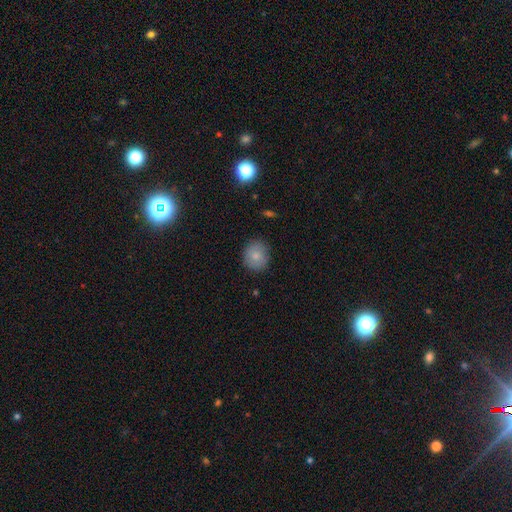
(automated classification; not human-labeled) smooth 81%, featured or disk 10%, star or artifact 8%. Down the decision tree: how rounded — round (81%); merging — none (85%).